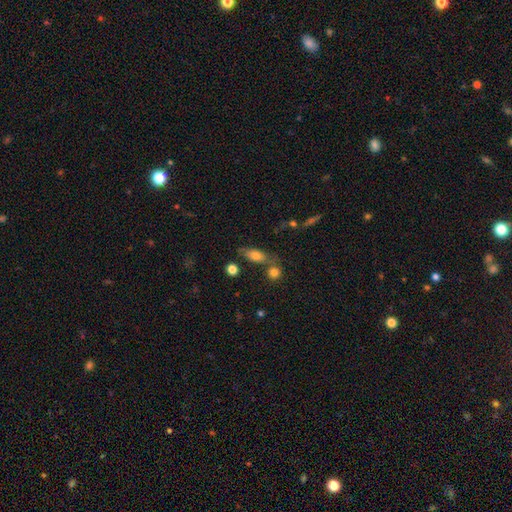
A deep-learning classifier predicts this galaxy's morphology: smooth_or_featured: smooth (p=0.75) [alt: featured or disk p=0.16]
how_rounded: in between (p=0.78) [alt: cigar-shaped p=0.15]
merging: none (p=0.60) [alt: merger p=0.18]